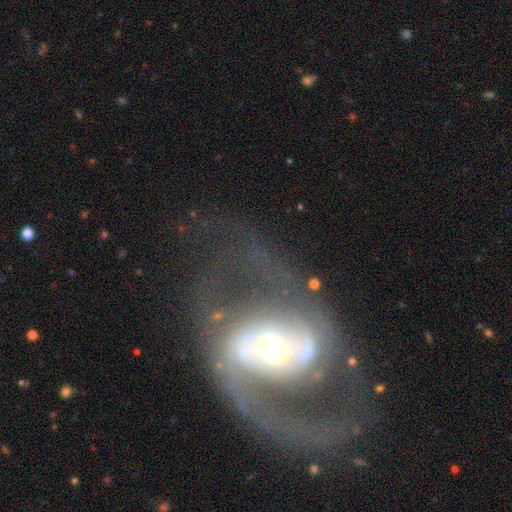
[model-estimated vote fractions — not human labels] Overall: featured or disk (87%). Edge-on disk: no (97%). Bar: weak (36%; no 35%). Spiral arms: yes (92%). Spiral arm count: 2 (88%). Spiral winding: medium (51%; loose 33%). Bulge size: moderate (55%; large 23%). Merging: none (62%).